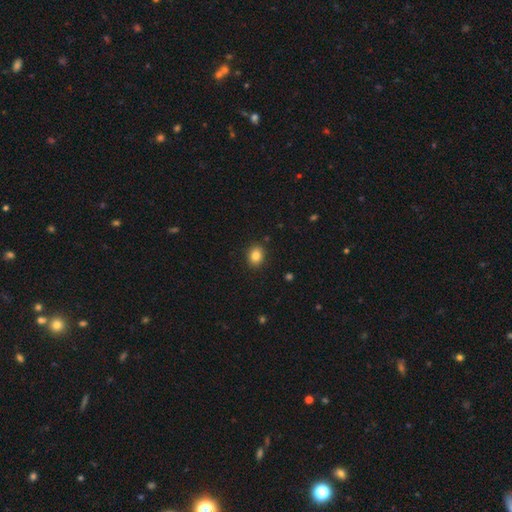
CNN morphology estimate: smooth-or-featured: smooth: 84% | star or artifact: 10% | featured or disk: 6%
  how-rounded: round: 55% | in between: 44% | cigar-shaped: 1%
  merging: none: 90% | minor disturbance: 7% | major disturbance: 2% | merger: 1%